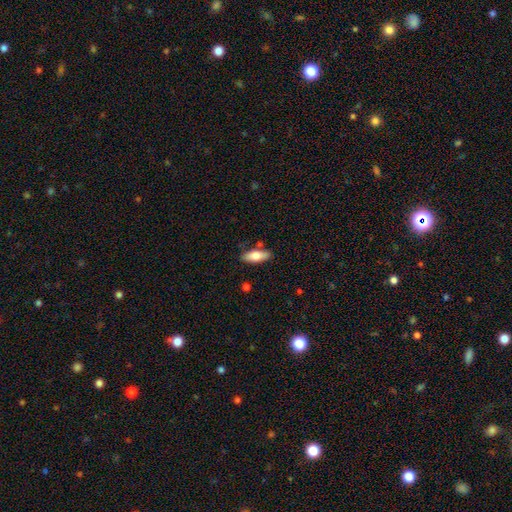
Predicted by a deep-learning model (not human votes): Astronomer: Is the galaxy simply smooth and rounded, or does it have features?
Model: smooth — 76%.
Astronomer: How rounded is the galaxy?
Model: in between — 72%.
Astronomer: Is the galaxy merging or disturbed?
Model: none — 82%.